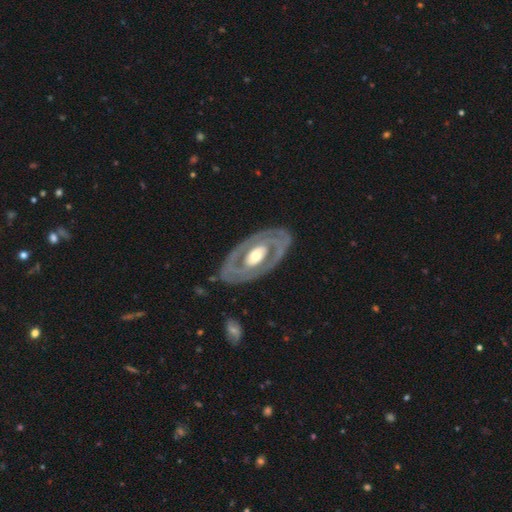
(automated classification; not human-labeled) smooth-or-featured: featured or disk: 81% | smooth: 15% | star or artifact: 4%
  disk-edge-on: no: 93% | yes: 7%
    bar: no: 63% | weak: 21% | strong: 16%
    has-spiral-arms: yes: 60% | no: 40%
    bulge-size: moderate: 64% | small: 17% | large: 16% | dominant: 2% | none: 1%
  merging: none: 82% | minor disturbance: 11% | major disturbance: 5% | merger: 2%